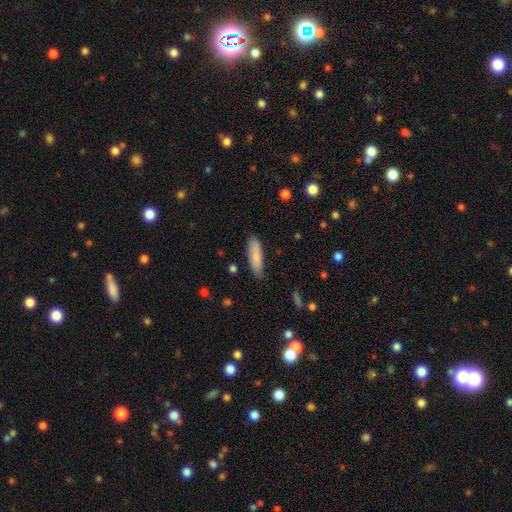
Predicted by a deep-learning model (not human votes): Q: Smooth or featured?
A: smooth (84%); runner-up: featured or disk (10%)
Q: How rounded?
A: cigar-shaped (62%); runner-up: in between (37%)
Q: Merging?
A: none (81%); runner-up: minor disturbance (15%)